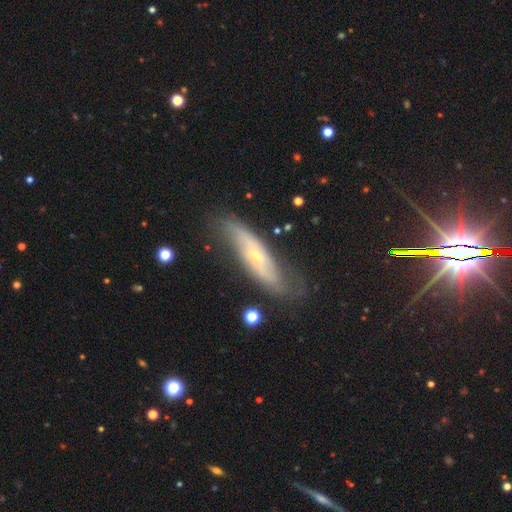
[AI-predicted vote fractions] A featured or disk galaxy (65%). Merging: none (70%).